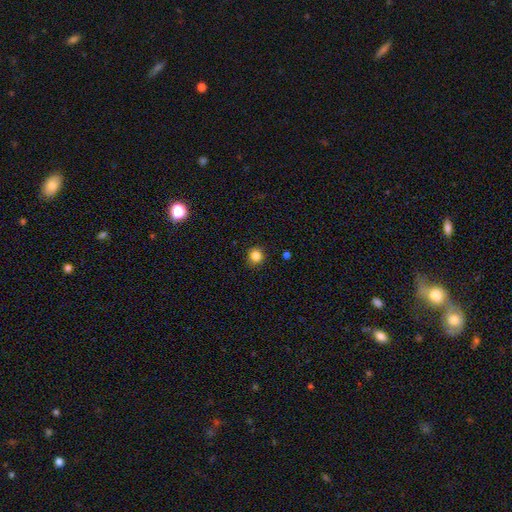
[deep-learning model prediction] A smooth galaxy with no disk features (83%) that is round (93%). Merging: none (91%).